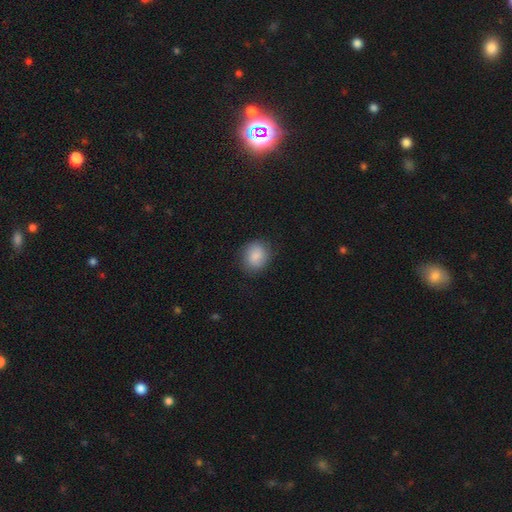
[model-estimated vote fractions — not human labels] The model was most divided on "how rounded": round: 67%, in between: 32%, cigar-shaped: 1%. More confident: smooth or featured — smooth (86%); merging — none (83%).